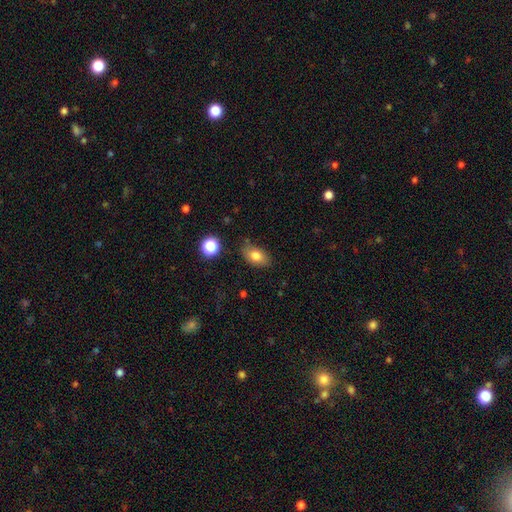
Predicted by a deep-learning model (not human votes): Overall: smooth (79%). How rounded: in between (87%). Merging: none (78%).